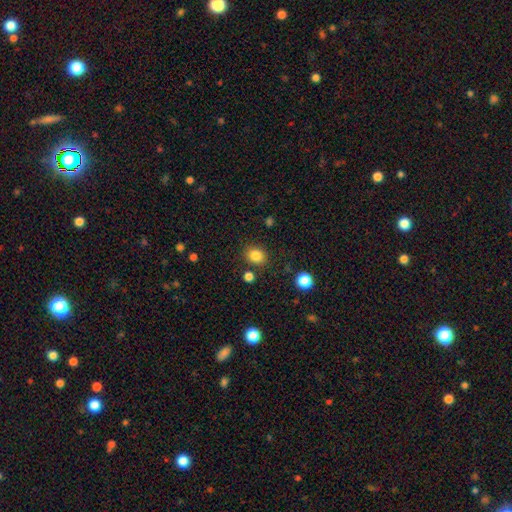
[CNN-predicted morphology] Q: Smooth or featured?
A: smooth (84%); runner-up: star or artifact (12%)
Q: How rounded?
A: round (71%); runner-up: in between (29%)
Q: Merging?
A: none (84%); runner-up: minor disturbance (9%)